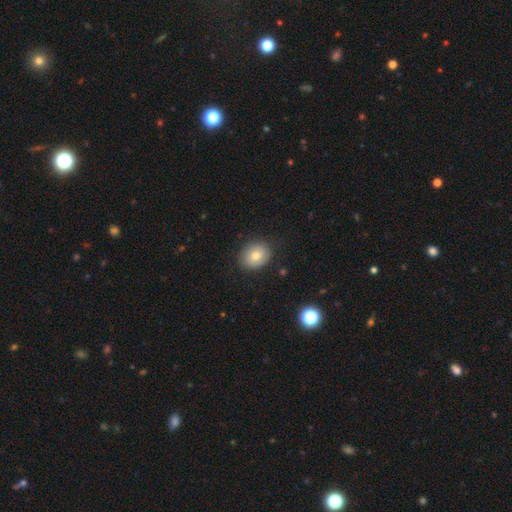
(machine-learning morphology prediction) Overall: smooth (77%). How rounded: round (53%; in between 46%). Merging: none (85%).